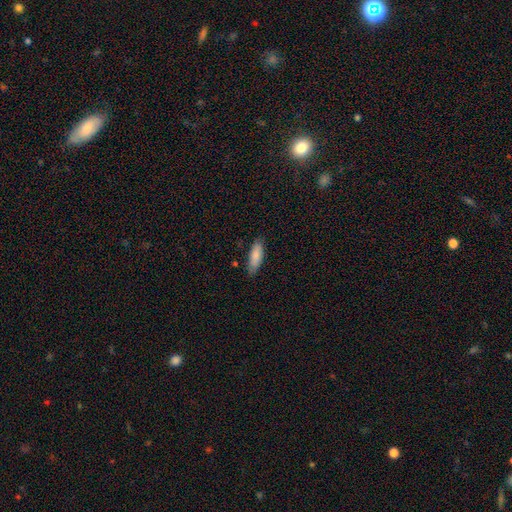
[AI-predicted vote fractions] The model was most divided on "how rounded": in between: 62%, cigar-shaped: 36%, round: 2%. More confident: smooth or featured — smooth (85%); merging — none (79%).